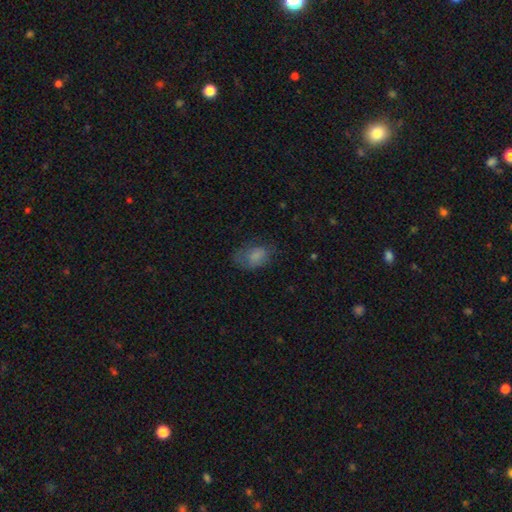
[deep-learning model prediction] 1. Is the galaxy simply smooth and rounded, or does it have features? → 73% smooth, 17% featured or disk, 10% star or artifact.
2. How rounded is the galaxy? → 84% in between, 14% round, 1% cigar-shaped.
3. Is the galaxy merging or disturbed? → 49% none, 28% minor disturbance, 21% major disturbance, 2% merger.